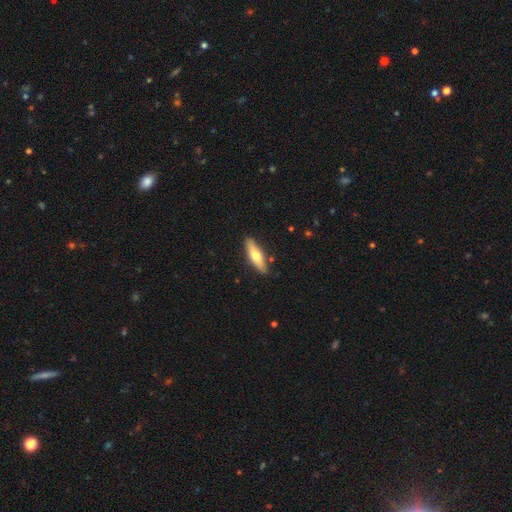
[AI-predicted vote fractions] Smooth or featured? Predicted: smooth (p=0.58). How rounded? Predicted: cigar-shaped (p=0.64). Merging? Predicted: none (p=0.86).